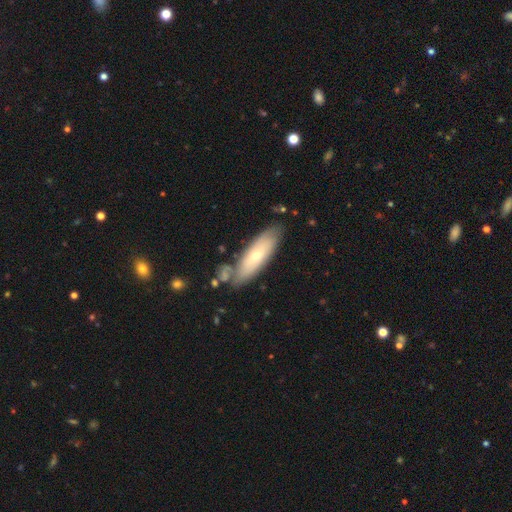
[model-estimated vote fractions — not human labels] This appears to be a smooth galaxy with no disk features (54%) that is in between round and cigar-shaped (50%). Merging: none (73%).